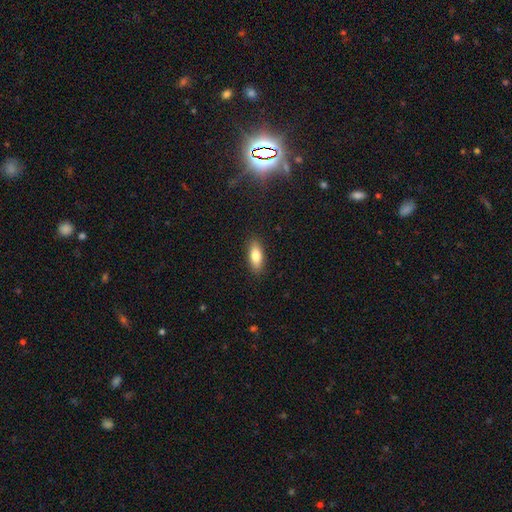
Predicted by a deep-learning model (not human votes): smooth_or_featured: smooth (p=0.82) [alt: featured or disk p=0.12]
how_rounded: in between (p=0.76) [alt: cigar-shaped p=0.21]
merging: none (p=0.89) [alt: minor disturbance p=0.08]